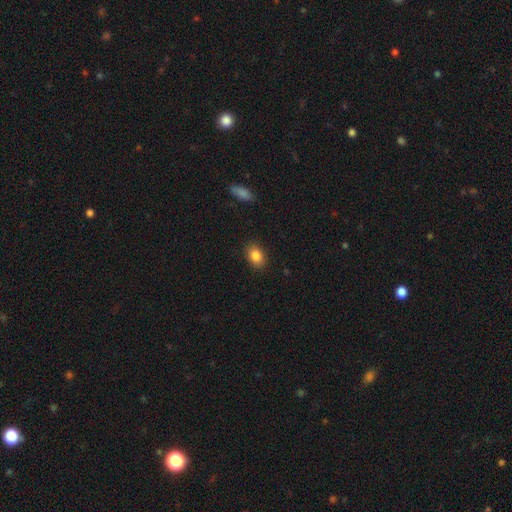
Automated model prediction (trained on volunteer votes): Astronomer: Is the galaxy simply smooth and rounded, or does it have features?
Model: smooth — 86%.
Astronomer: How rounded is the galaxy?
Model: in between — 75%.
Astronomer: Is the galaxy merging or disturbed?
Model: none — 87%.